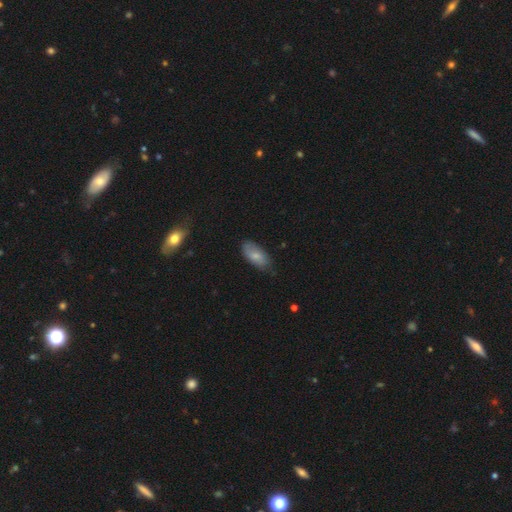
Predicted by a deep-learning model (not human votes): Smooth or featured: smooth — 78% (featured or disk — 16%)
How rounded: in between — 91% (cigar-shaped — 7%)
Merging: none — 68% (minor disturbance — 26%)